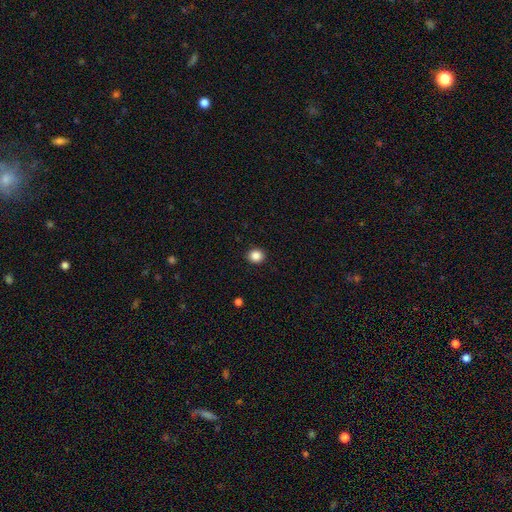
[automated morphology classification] This appears to be a smooth galaxy with no disk features (87%) that is round (82%). Merging: none (92%).